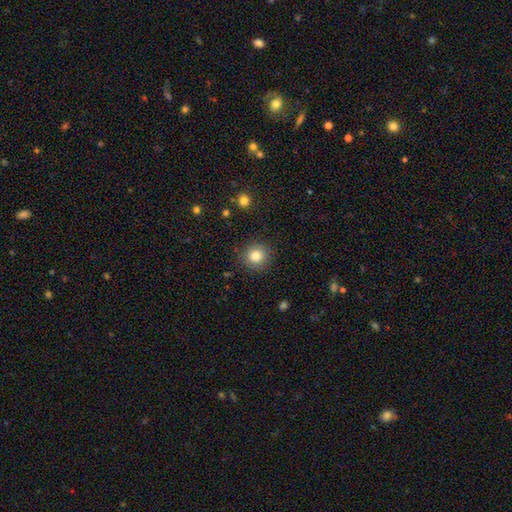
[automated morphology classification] smooth 82%, star or artifact 11%, featured or disk 7%. Down the decision tree: how rounded — round (92%); merging — none (89%).